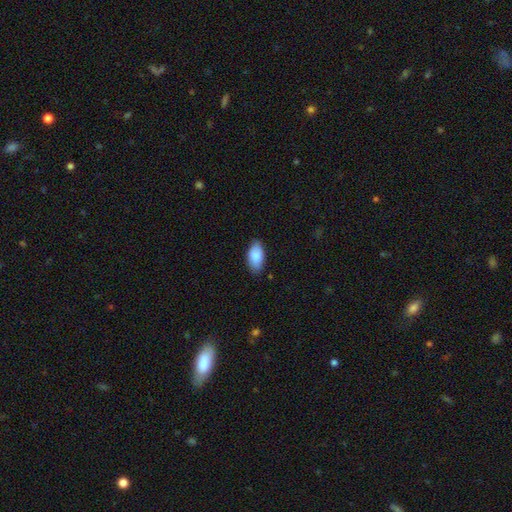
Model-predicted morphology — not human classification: Overall: smooth (88%). How rounded: in between (94%). Merging: none (83%).